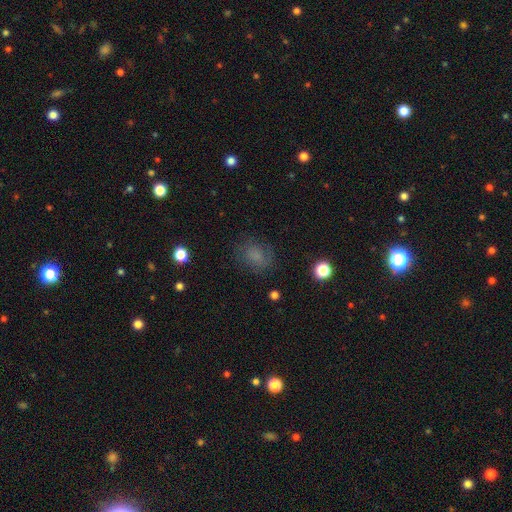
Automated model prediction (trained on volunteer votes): Smooth or featured? smooth (61%)
How rounded? round (55%)
Merging? none (71%)